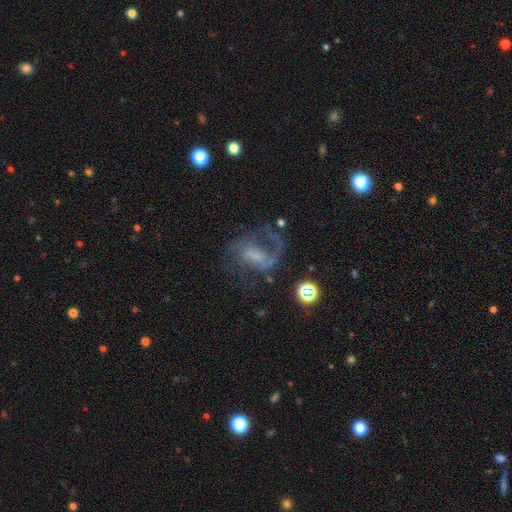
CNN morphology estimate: smooth-or-featured: featured or disk: 70% | smooth: 17% | star or artifact: 13%
  disk-edge-on: no: 96% | yes: 4%
    bar: weak: 44% | no: 36% | strong: 20%
    has-spiral-arms: yes: 85% | no: 15%
      spiral-winding: medium: 44% | loose: 40% | tight: 16%
      spiral-arm-count: 1: 42% | 2: 41% | can't tell: 10% | 3: 3% | 4: 2% | more than 4: 2%
    bulge-size: none: 39% | small: 26% | moderate: 24% | large: 10% | dominant: 2%
  merging: none: 45% | major disturbance: 34% | minor disturbance: 17% | merger: 4%